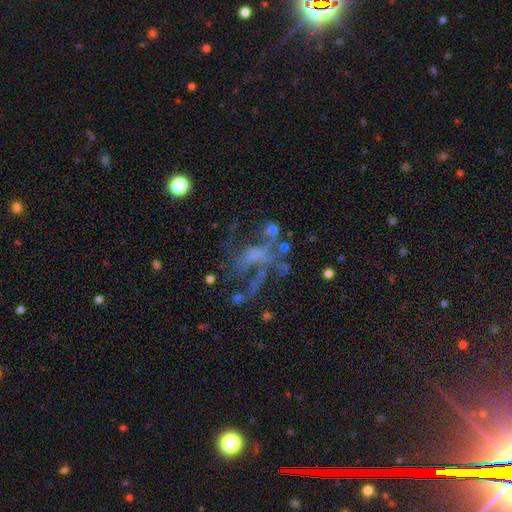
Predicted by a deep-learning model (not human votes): smooth_or_featured: featured or disk (p=0.59) [alt: star or artifact p=0.25]
disk_edge_on: no (p=0.97) [alt: yes p=0.03]
bar: no (p=0.76) [alt: weak p=0.17]
has_spiral_arms: no (p=0.64) [alt: yes p=0.36]
bulge_size: none (p=0.65) [alt: small p=0.21]
merging: major disturbance (p=0.44) [alt: none p=0.33]